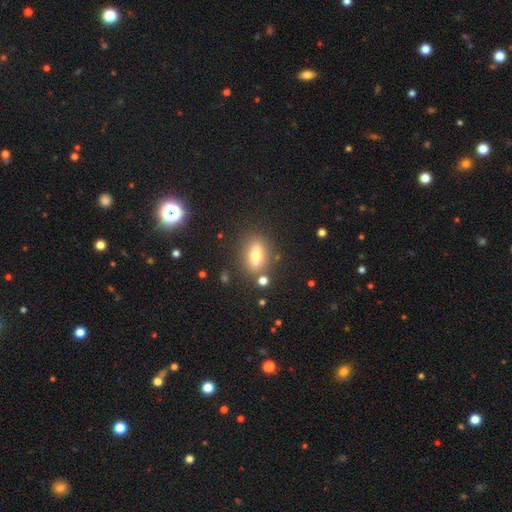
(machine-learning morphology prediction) Smooth or featured?
  - smooth: 65% *
  - featured or disk: 24%
  - star or artifact: 11%
How rounded?
  - in between: 71% *
  - cigar-shaped: 20%
  - round: 9%
Merging?
  - none: 80% *
  - minor disturbance: 11%
  - merger: 5%
  - major disturbance: 4%